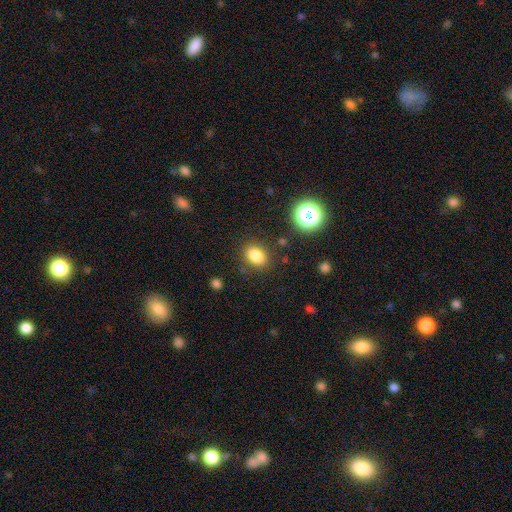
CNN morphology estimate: Q: Smooth or featured?
A: smooth (82%); runner-up: star or artifact (12%)
Q: How rounded?
A: in between (65%); runner-up: round (34%)
Q: Merging?
A: none (84%); runner-up: minor disturbance (10%)